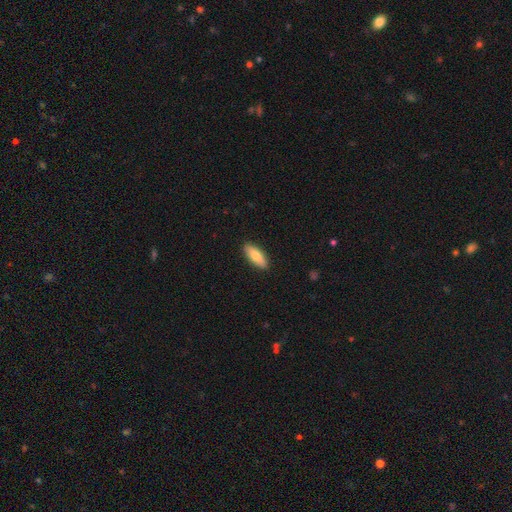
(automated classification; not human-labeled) Overall: smooth (78%). How rounded: in between (68%; cigar-shaped 29%). Merging: none (90%).